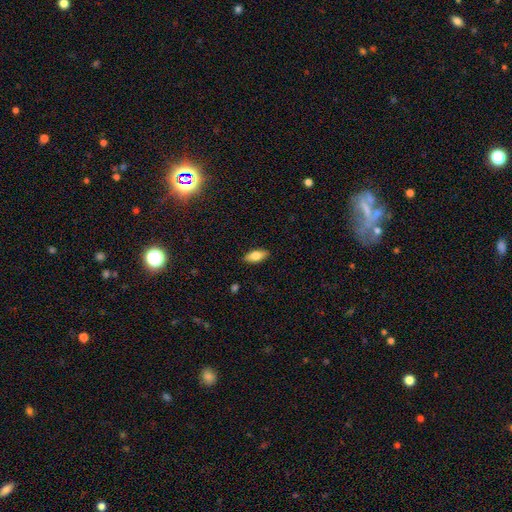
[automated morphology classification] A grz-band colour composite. It shows a smooth galaxy with no disk features (77%) that is in between round and cigar-shaped (83%). Merging: none (89%).